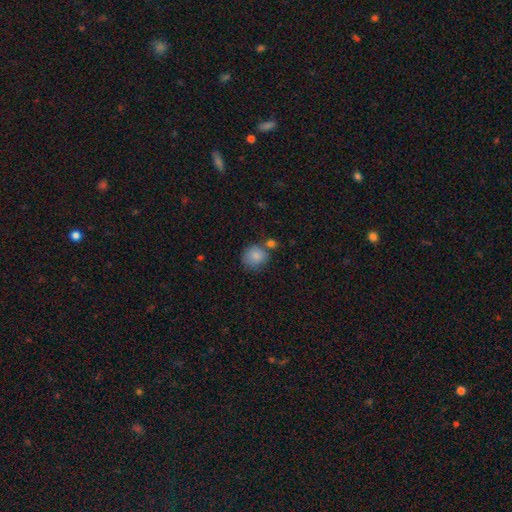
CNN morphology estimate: Smooth or featured? smooth (85%)
How rounded? round (82%)
Merging? none (63%)